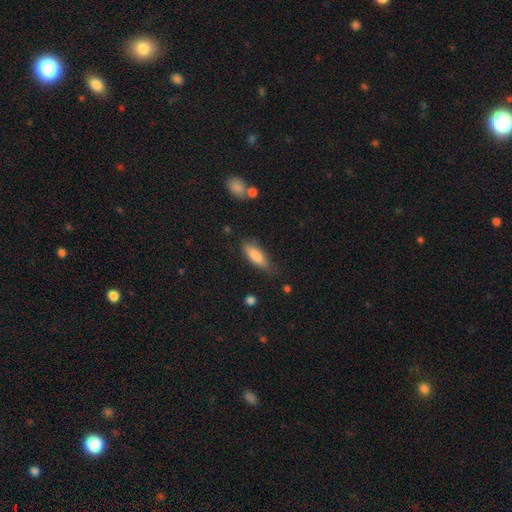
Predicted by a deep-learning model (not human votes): This appears to be a smooth galaxy with no disk features (79%) that is in between round and cigar-shaped (62%). Merging: none (71%).